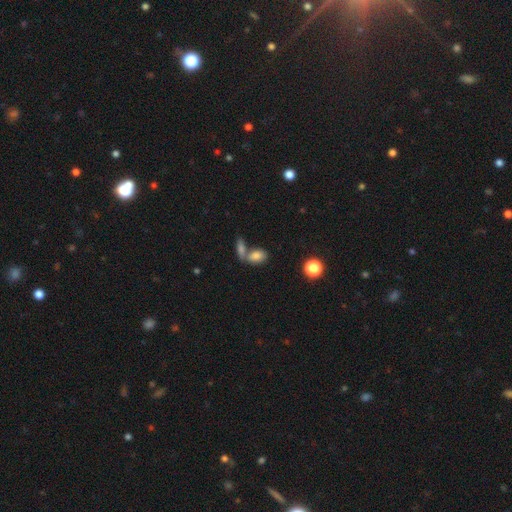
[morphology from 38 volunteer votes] Smooth or featured? smooth (74%)
How rounded? in between (93%)
Merging? merger (49%)